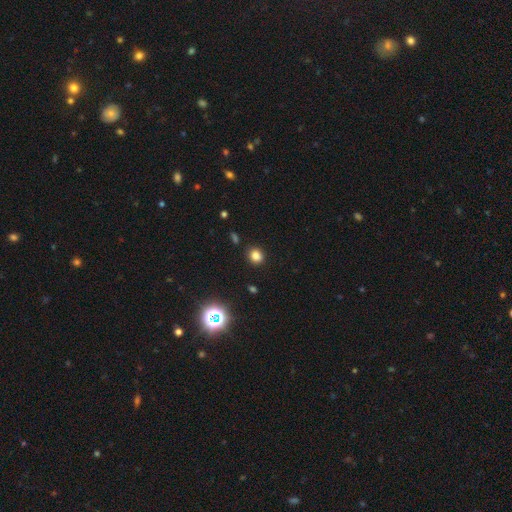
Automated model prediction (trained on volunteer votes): This appears to be a smooth galaxy with no disk features (80%) that is round (70%). Merging: none (88%).